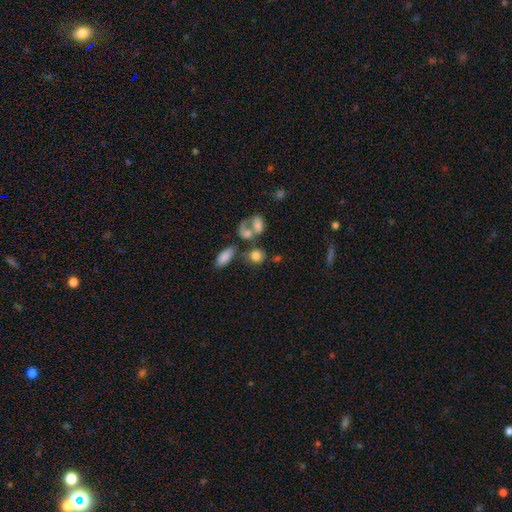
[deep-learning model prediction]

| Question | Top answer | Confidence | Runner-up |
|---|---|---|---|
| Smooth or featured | smooth | 76% | featured or disk (13%) |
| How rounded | round | 63% | in between (35%) |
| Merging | none | 46% | merger (31%) |